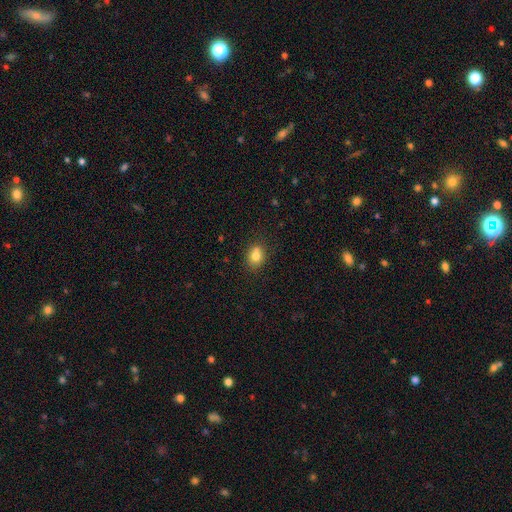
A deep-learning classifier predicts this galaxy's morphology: smooth_or_featured: smooth (p=0.79) [alt: star or artifact p=0.11]
how_rounded: in between (p=0.55) [alt: round p=0.44]
merging: none (p=0.72) [alt: minor disturbance p=0.15]